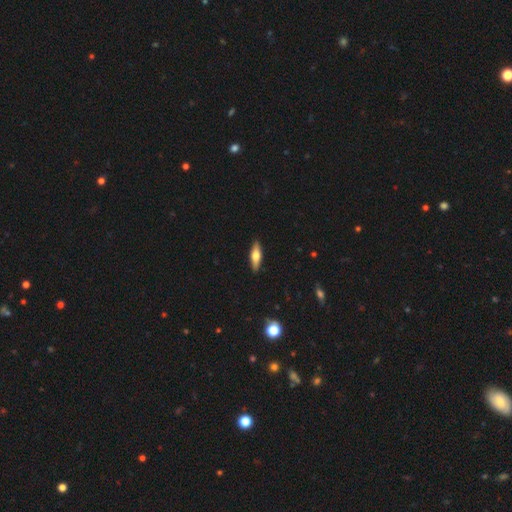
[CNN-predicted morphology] A smooth galaxy with no disk features (54%) that is cigar-shaped (55%). Merging: none (89%).